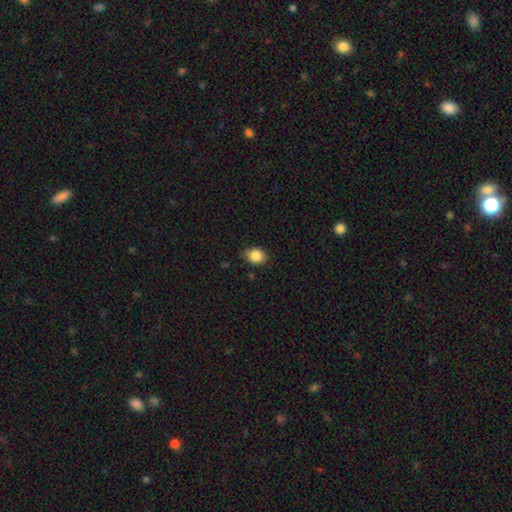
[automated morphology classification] Smooth or featured? smooth (87%)
How rounded? in between (52%)
Merging? none (77%)